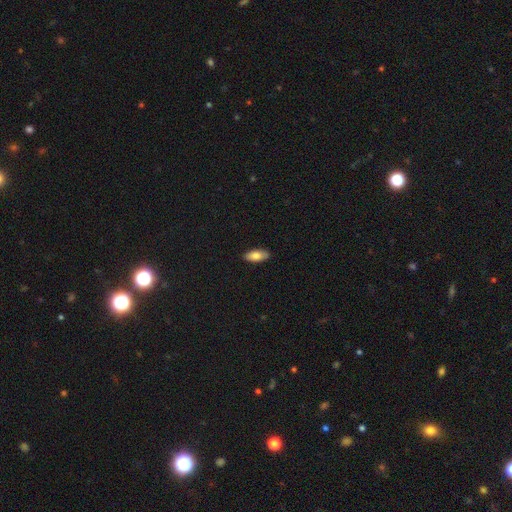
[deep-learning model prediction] Overall: smooth (81%). How rounded: in between (86%). Merging: none (88%).